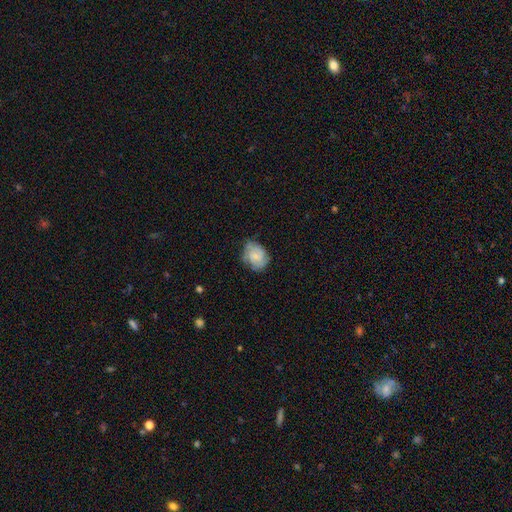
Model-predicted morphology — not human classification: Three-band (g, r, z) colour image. It shows a featured or disk galaxy (47%). Merging: none (60%).